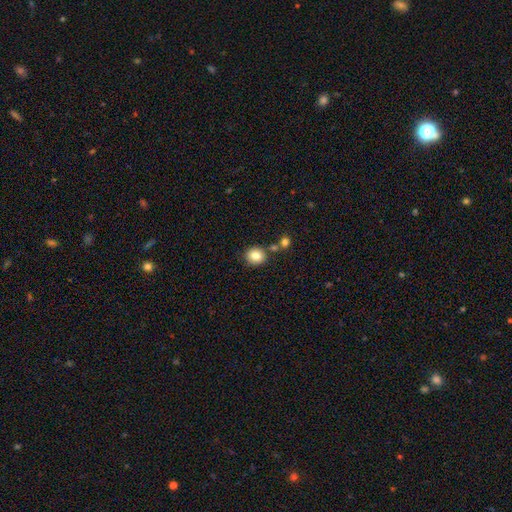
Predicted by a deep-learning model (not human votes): Smooth or featured?
  - smooth: 83% *
  - star or artifact: 10%
  - featured or disk: 7%
How rounded?
  - round: 80% *
  - in between: 19%
  - cigar-shaped: 1%
Merging?
  - none: 78% *
  - merger: 10%
  - minor disturbance: 10%
  - major disturbance: 3%